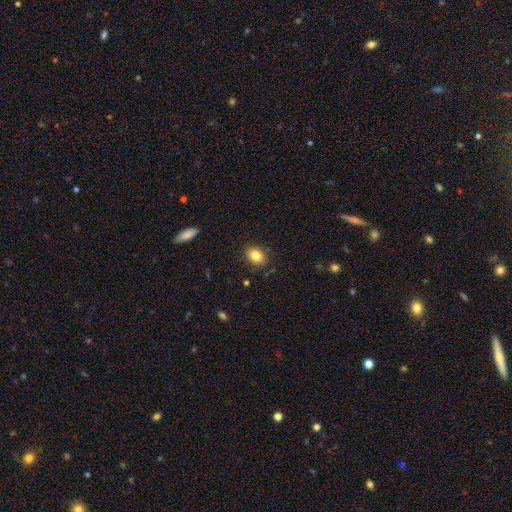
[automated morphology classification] Smooth or featured?
  - smooth: 82% *
  - star or artifact: 10%
  - featured or disk: 8%
How rounded?
  - in between: 58% *
  - round: 41%
  - cigar-shaped: 1%
Merging?
  - none: 87% *
  - minor disturbance: 10%
  - major disturbance: 2%
  - merger: 1%